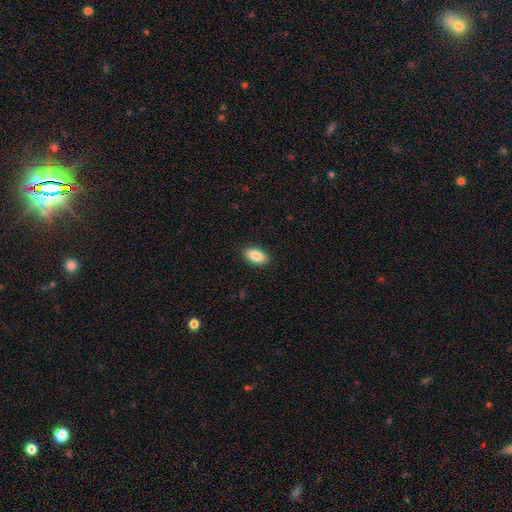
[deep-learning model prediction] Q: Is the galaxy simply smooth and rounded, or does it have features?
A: smooth — 87%.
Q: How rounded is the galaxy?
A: in between — 93%.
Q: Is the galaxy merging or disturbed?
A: none — 90%.